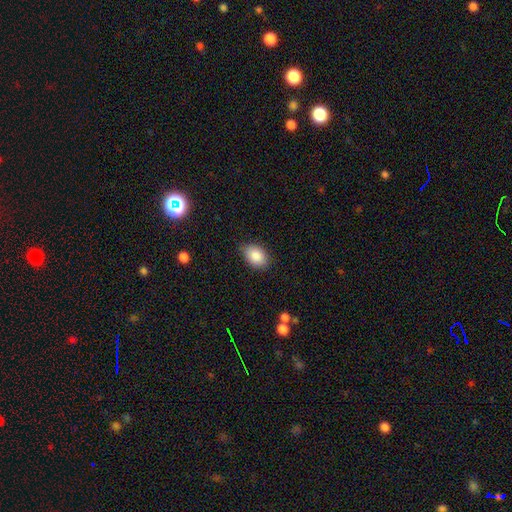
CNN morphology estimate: smooth_or_featured: smooth (p=0.87) [alt: star or artifact p=0.07]
how_rounded: in between (p=0.82) [alt: round p=0.17]
merging: none (p=0.76) [alt: minor disturbance p=0.20]